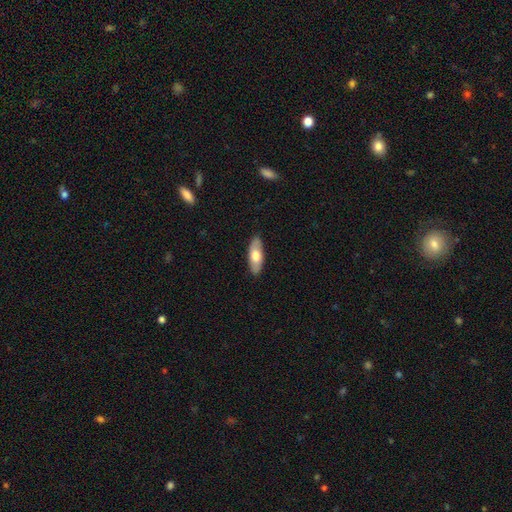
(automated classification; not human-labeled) Smooth or featured?
  - smooth: 64% *
  - featured or disk: 30%
  - star or artifact: 5%
How rounded?
  - in between: 76% *
  - cigar-shaped: 22%
  - round: 2%
Merging?
  - none: 87% *
  - minor disturbance: 10%
  - major disturbance: 2%
  - merger: 1%